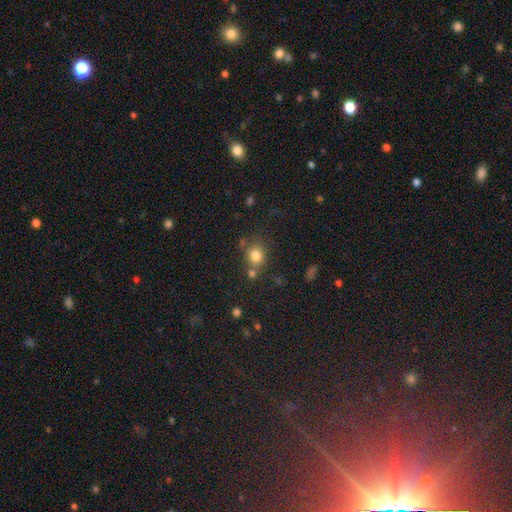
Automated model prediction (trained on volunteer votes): Q: Smooth or featured?
A: smooth (80%); runner-up: star or artifact (13%)
Q: How rounded?
A: round (74%); runner-up: in between (25%)
Q: Merging?
A: none (65%); runner-up: merger (17%)